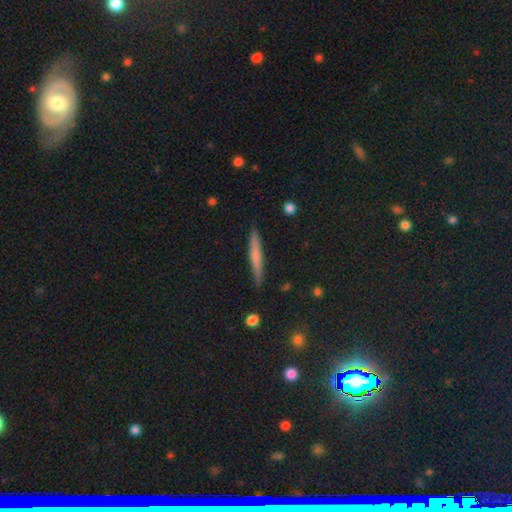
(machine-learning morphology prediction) Smooth or featured? Predicted: smooth (p=0.57). How rounded? Predicted: cigar-shaped (p=0.95). Merging? Predicted: none (p=0.89).